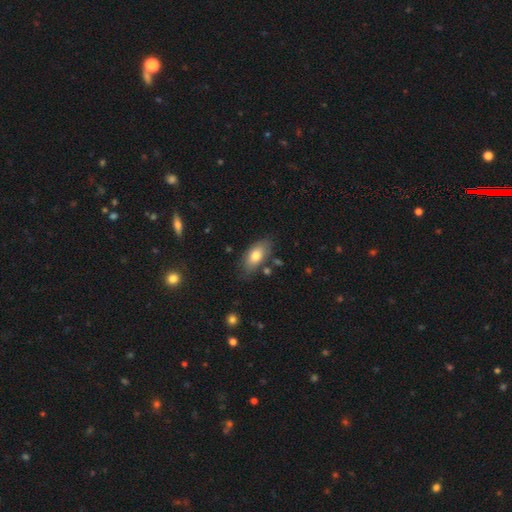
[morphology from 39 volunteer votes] Smooth or featured? 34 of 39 (87%) said smooth. How rounded? 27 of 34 (79%) said in between. Merging? 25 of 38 (66%) said none.